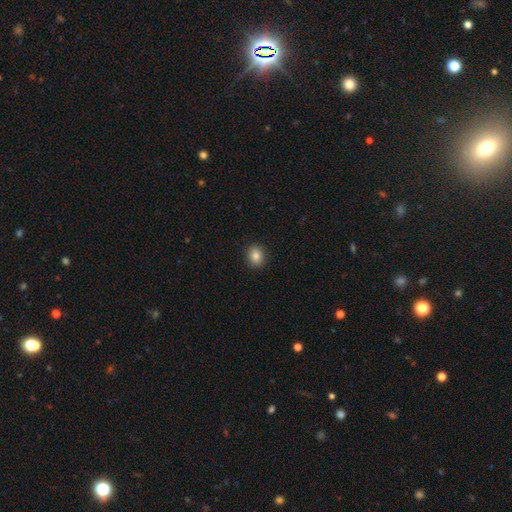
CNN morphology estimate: Smooth or featured? Predicted: smooth (p=0.85). How rounded? Predicted: round (p=0.73). Merging? Predicted: none (p=0.91).